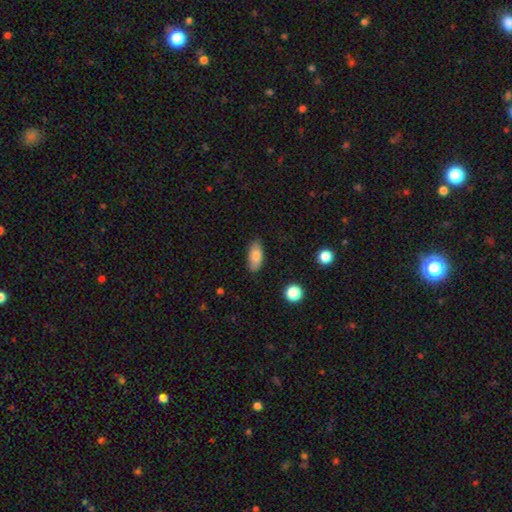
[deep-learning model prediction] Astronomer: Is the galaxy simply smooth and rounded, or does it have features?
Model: smooth — 81%.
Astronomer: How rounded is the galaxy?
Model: in between — 89%.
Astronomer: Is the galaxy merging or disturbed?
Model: none — 84%.